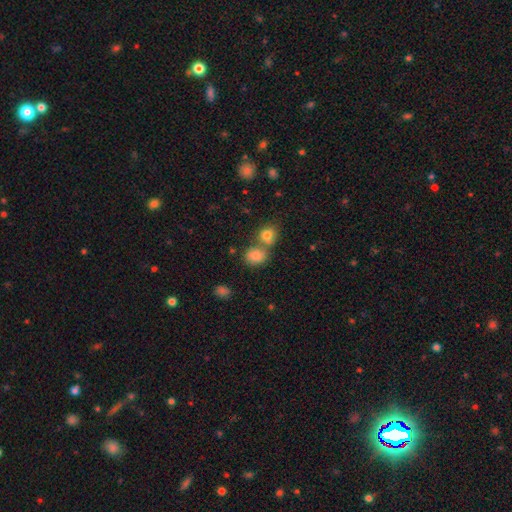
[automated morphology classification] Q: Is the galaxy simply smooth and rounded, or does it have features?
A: smooth — 83%.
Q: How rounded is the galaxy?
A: in between — 53%.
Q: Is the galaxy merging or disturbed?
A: none — 47%.